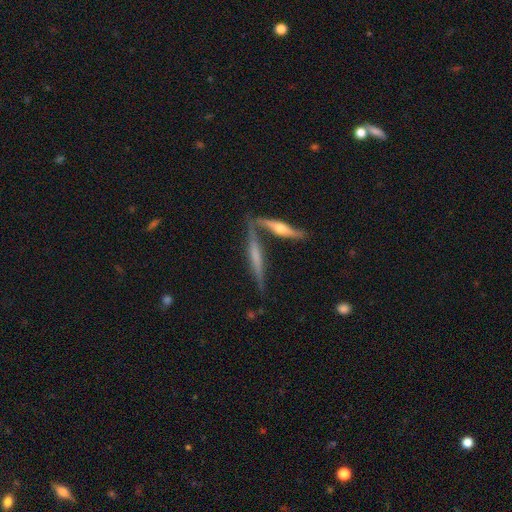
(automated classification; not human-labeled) This is likely a featured or disk galaxy (65%). It is clearly viewed edge-on (93%). Edge-on bulge: possibly rounded (58%). Merging: possibly none (58%).